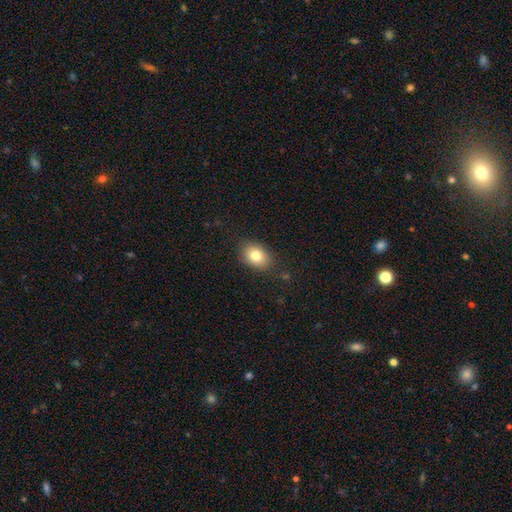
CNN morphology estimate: Smooth or featured? Predicted: smooth (p=0.80). How rounded? Predicted: in between (p=0.71). Merging? Predicted: none (p=0.85).